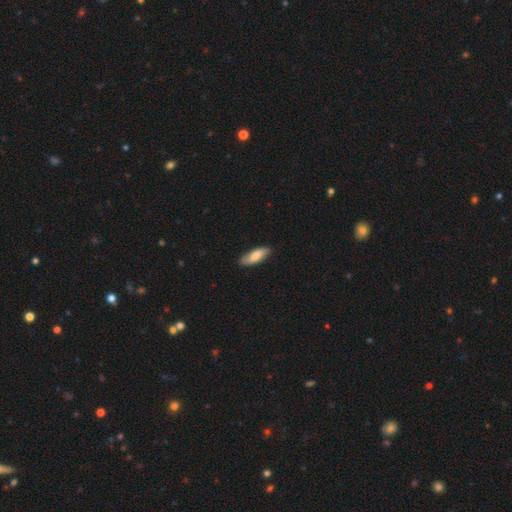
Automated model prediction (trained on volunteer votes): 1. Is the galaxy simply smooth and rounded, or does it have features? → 72% smooth, 23% featured or disk, 6% star or artifact.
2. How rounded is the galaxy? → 66% in between, 33% cigar-shaped, 2% round.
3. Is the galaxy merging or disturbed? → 83% none, 14% minor disturbance, 2% major disturbance, 1% merger.